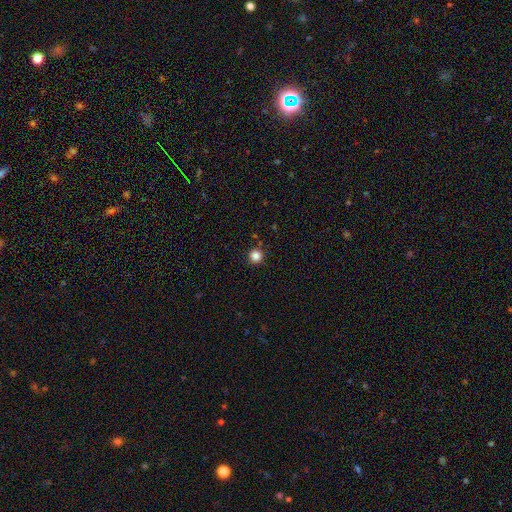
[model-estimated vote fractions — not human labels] smooth_or_featured: smooth (p=0.84) [alt: star or artifact p=0.12]
how_rounded: round (p=0.96) [alt: in between p=0.03]
merging: none (p=0.91) [alt: minor disturbance p=0.05]